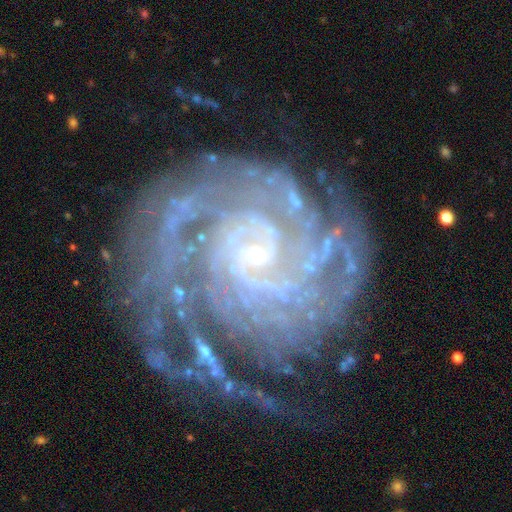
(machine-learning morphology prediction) Overall: featured or disk (90%). Edge-on disk: no (98%). Bar: no (58%; weak 30%). Spiral arms: yes (98%). Spiral arm count: can't tell (25%; 2 19%). Spiral winding: tight (76%). Bulge size: small (78%). Merging: none (66%).